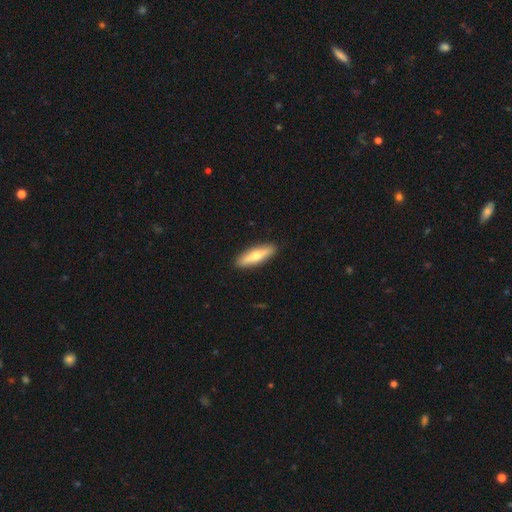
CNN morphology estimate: smooth_or_featured: smooth (p=0.53) [alt: featured or disk p=0.42]
how_rounded: cigar-shaped (p=0.68) [alt: in between p=0.30]
merging: none (p=0.91) [alt: minor disturbance p=0.07]